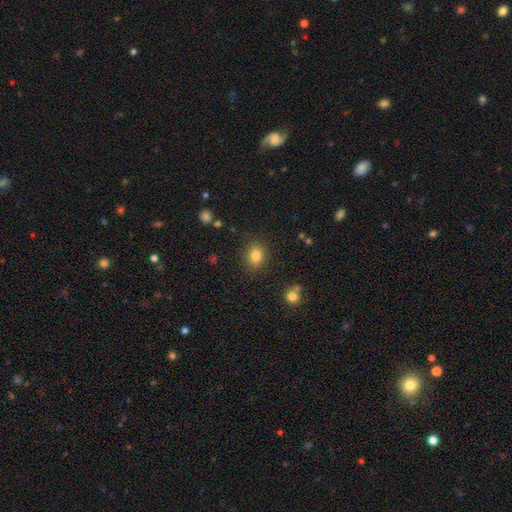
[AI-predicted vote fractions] Smooth or featured: smooth — 83% (star or artifact — 11%)
How rounded: round — 50% (in between — 49%)
Merging: none — 84% (minor disturbance — 10%)